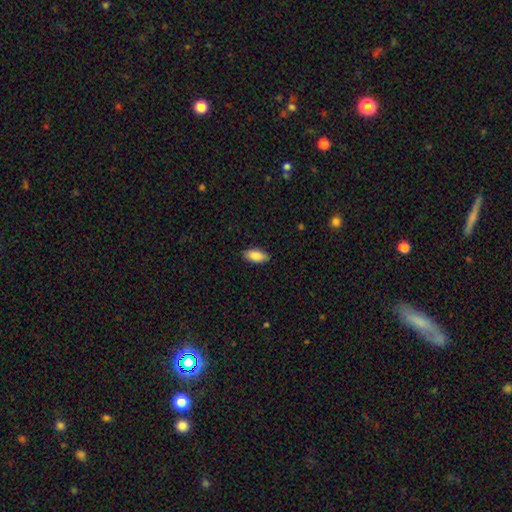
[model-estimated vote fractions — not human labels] A smooth galaxy with no disk features (88%) that is in between round and cigar-shaped (91%). Merging: none (88%).